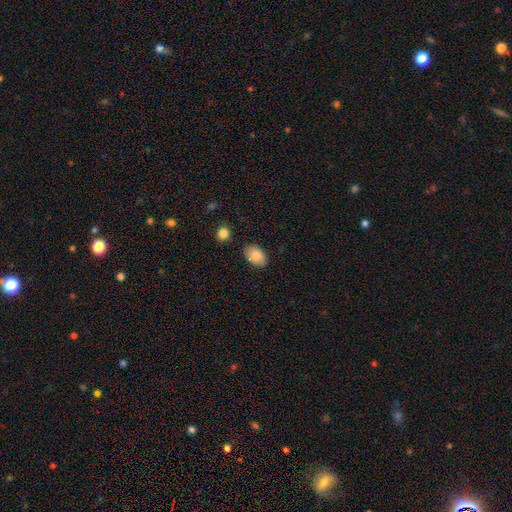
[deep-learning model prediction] smooth-or-featured: smooth: 86% | star or artifact: 7% | featured or disk: 7%
  how-rounded: in between: 84% | round: 15% | cigar-shaped: 1%
  merging: none: 83% | minor disturbance: 13% | major disturbance: 3% | merger: 2%